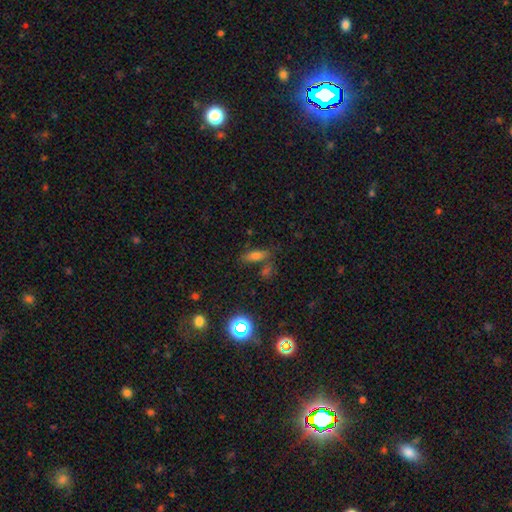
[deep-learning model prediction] smooth 60%, star or artifact 25%, featured or disk 16%. Down the decision tree: how rounded — in between (54%); merging — none (62%).